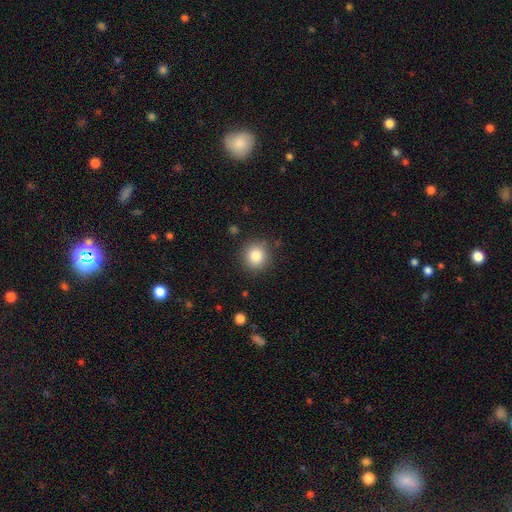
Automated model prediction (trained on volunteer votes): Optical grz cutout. It shows a smooth galaxy with no disk features (84%) that is round (90%). Merging: none (87%).